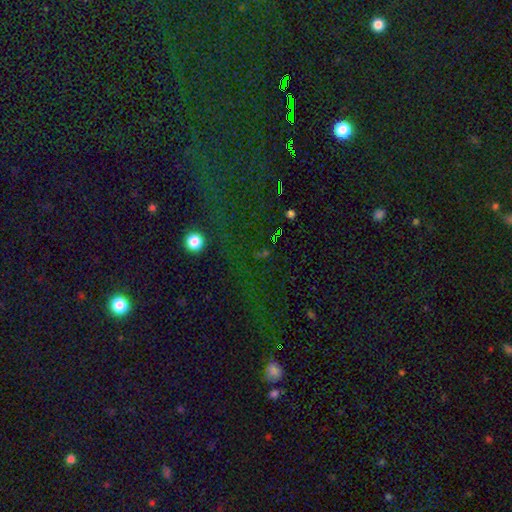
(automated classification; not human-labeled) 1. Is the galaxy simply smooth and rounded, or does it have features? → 78% star or artifact, 15% smooth, 8% featured or disk.